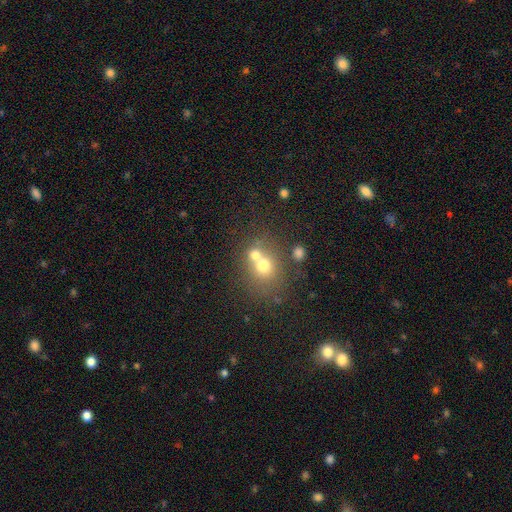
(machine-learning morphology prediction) smooth-or-featured: smooth: 65% | featured or disk: 20% | star or artifact: 15%
  how-rounded: round: 73% | in between: 26% | cigar-shaped: 1%
  merging: merger: 55% | none: 34% | minor disturbance: 7% | major disturbance: 4%